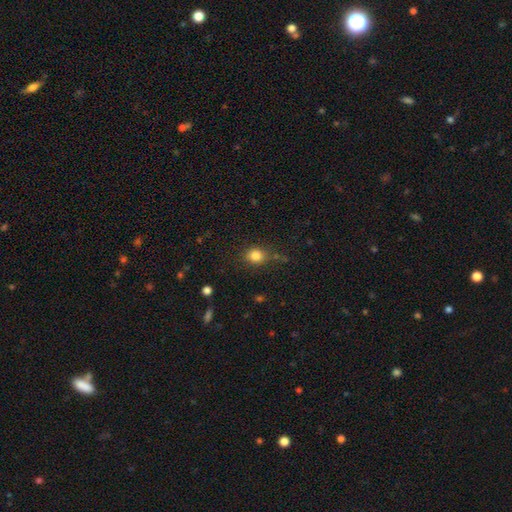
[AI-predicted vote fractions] A smooth galaxy with no disk features (82%) that is round (70%).

Vote fractions:
- Smooth or featured? smooth: 82% / star or artifact: 12% / featured or disk: 6%
- How rounded? round: 70% / in between: 29% / cigar-shaped: 1%
- Merging? none: 75% / minor disturbance: 16% / major disturbance: 5% / merger: 4%